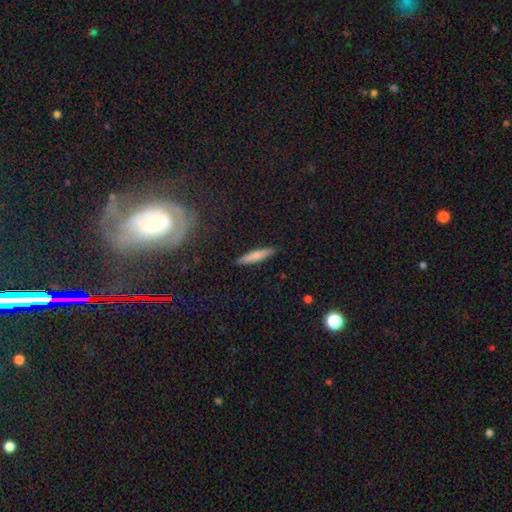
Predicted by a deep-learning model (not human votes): A smooth galaxy with no disk features (68%) that is cigar-shaped (90%).

Vote fractions:
- Smooth or featured? smooth: 68% / featured or disk: 25% / star or artifact: 7%
- How rounded? cigar-shaped: 90% / in between: 8% / round: 2%
- Merging? none: 91% / minor disturbance: 7% / major disturbance: 2% / merger: 1%